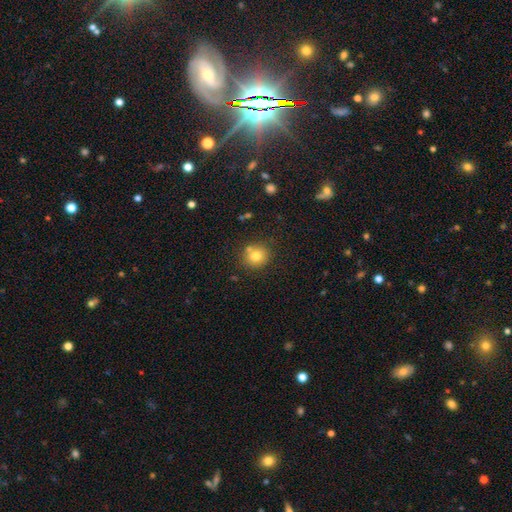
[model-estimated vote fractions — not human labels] Smooth or featured? smooth (77%)
How rounded? round (86%)
Merging? none (73%)